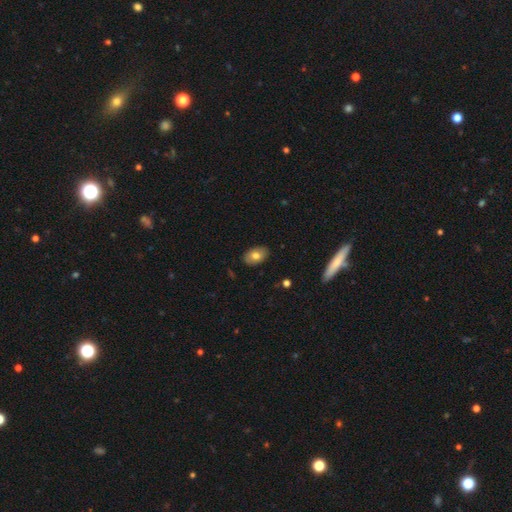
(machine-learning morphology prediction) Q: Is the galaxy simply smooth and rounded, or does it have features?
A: smooth — 76%.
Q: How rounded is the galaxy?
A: in between — 89%.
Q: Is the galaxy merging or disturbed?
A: none — 86%.